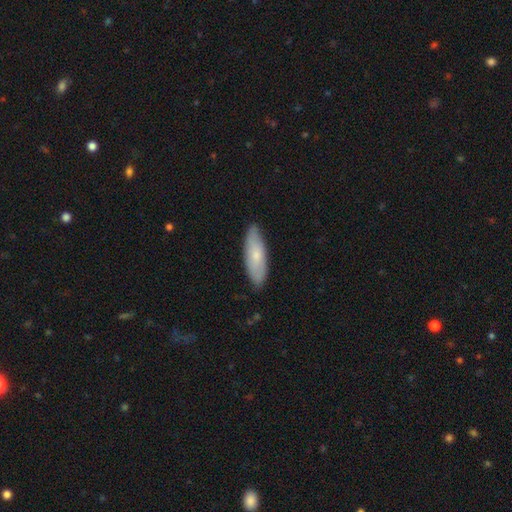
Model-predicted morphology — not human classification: This is likely a smooth galaxy (67%). How rounded: possibly in between (55%). Merging: clearly none (83%).